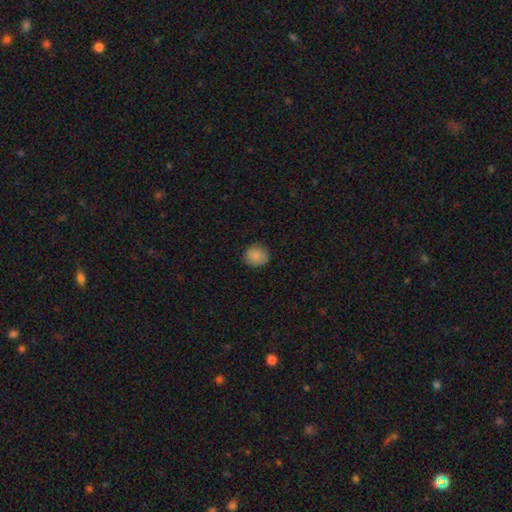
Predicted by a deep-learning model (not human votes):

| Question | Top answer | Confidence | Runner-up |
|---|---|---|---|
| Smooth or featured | smooth | 86% | star or artifact (9%) |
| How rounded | round | 85% | in between (14%) |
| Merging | none | 84% | minor disturbance (13%) |